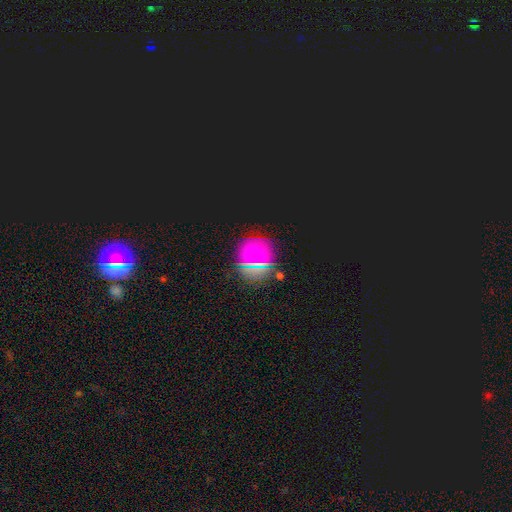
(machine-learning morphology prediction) This appears to be a star or artifact, not a galaxy (47%).